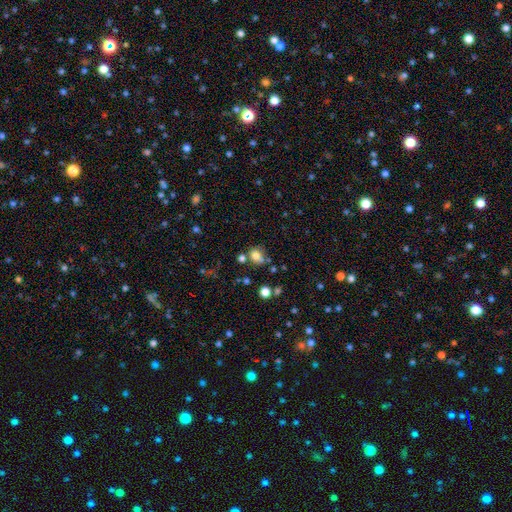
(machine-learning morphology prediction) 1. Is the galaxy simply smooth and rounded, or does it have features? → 76% smooth, 15% star or artifact, 9% featured or disk.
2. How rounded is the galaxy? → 73% round, 26% in between, 1% cigar-shaped.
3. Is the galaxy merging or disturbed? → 60% none, 19% merger, 15% minor disturbance, 6% major disturbance.